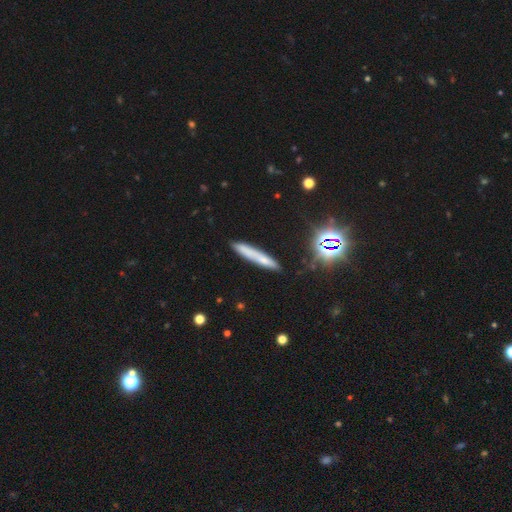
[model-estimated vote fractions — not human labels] The model was most divided on "smooth or featured": smooth: 59%, featured or disk: 24%, star or artifact: 17%. More confident: how rounded — cigar-shaped (93%); merging — none (82%).